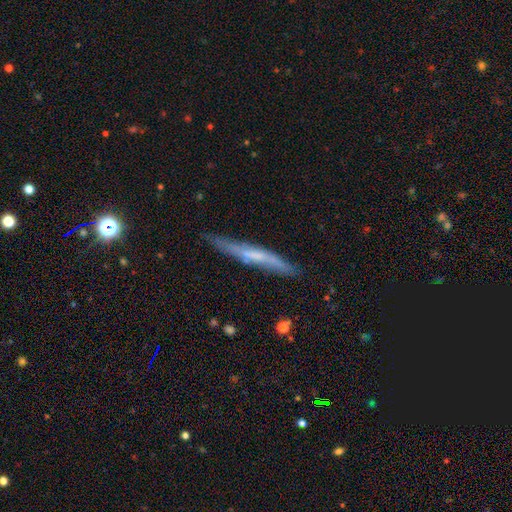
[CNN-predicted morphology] A featured or disk galaxy (53%) viewed edge-on (87%).

Vote fractions:
- Smooth or featured? featured or disk: 53% / smooth: 40% / star or artifact: 7%
- Edge-on disk? yes: 87% / no: 13%
- Merging? none: 76% / minor disturbance: 18% / major disturbance: 4% / merger: 2%